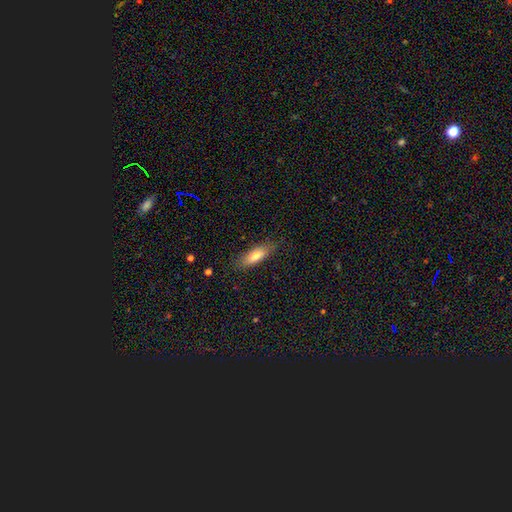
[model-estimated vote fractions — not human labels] Smooth or featured?
  - smooth: 73% *
  - featured or disk: 20%
  - star or artifact: 7%
How rounded?
  - in between: 58% *
  - cigar-shaped: 40%
  - round: 2%
Merging?
  - none: 81% *
  - minor disturbance: 15%
  - major disturbance: 3%
  - merger: 1%